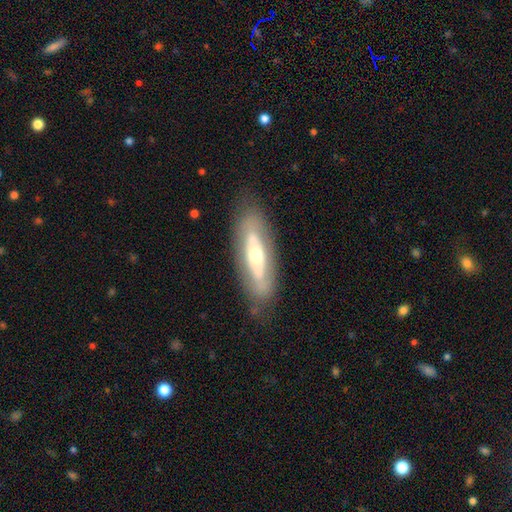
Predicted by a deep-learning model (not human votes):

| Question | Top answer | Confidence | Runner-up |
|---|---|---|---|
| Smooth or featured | featured or disk | 63% | smooth (32%) |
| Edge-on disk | no | 74% | yes (26%) |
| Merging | none | 79% | minor disturbance (14%) |